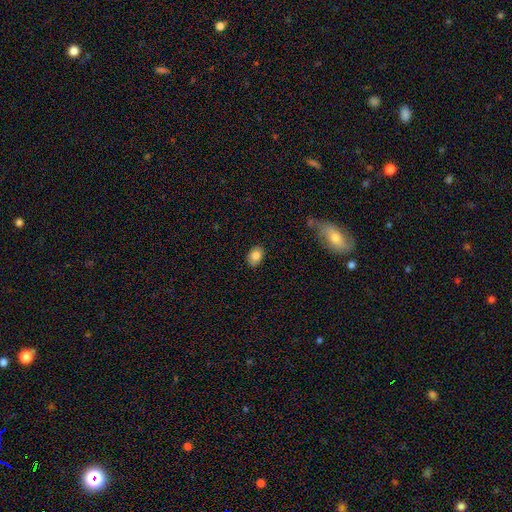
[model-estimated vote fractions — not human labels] This is clearly a smooth galaxy (82%). How rounded: likely in between (74%). Merging: clearly none (87%).